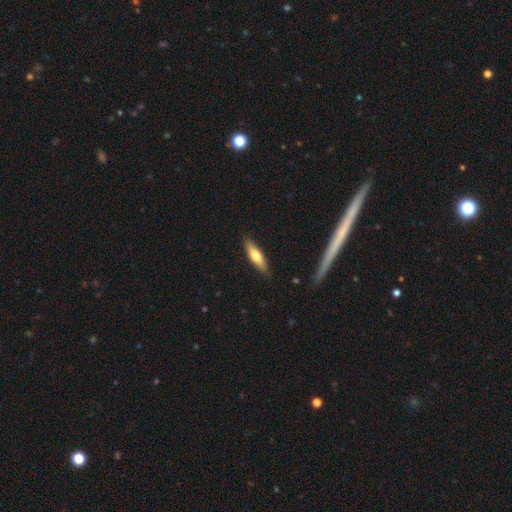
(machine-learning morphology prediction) This appears to be a smooth galaxy with no disk features (65%) that is cigar-shaped (64%). Merging: none (87%).